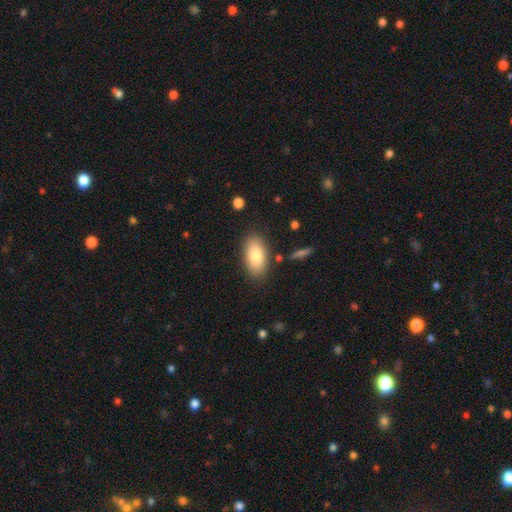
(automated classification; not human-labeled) Smooth or featured? Predicted: smooth (p=0.80). How rounded? Predicted: in between (p=0.93). Merging? Predicted: none (p=0.84).